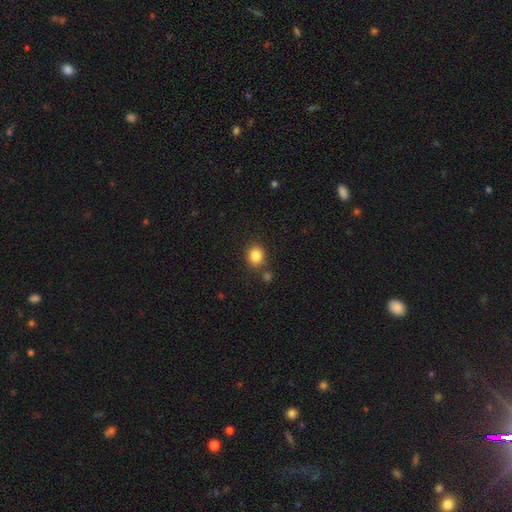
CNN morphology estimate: Overall: smooth (84%). How rounded: round (74%). Merging: none (79%).